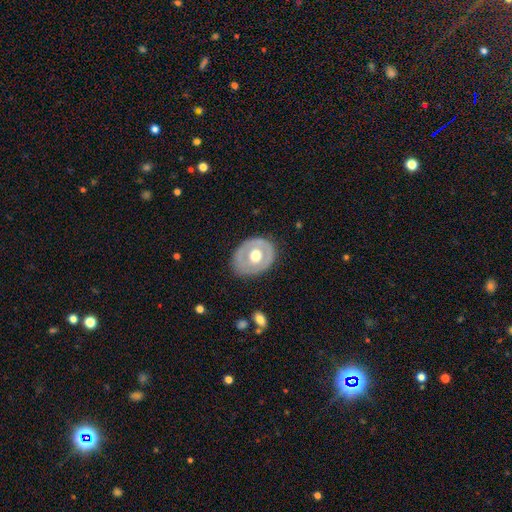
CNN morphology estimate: Overall: featured or disk (53%; smooth 42%). Edge-on disk: no (93%). Merging: none (81%).